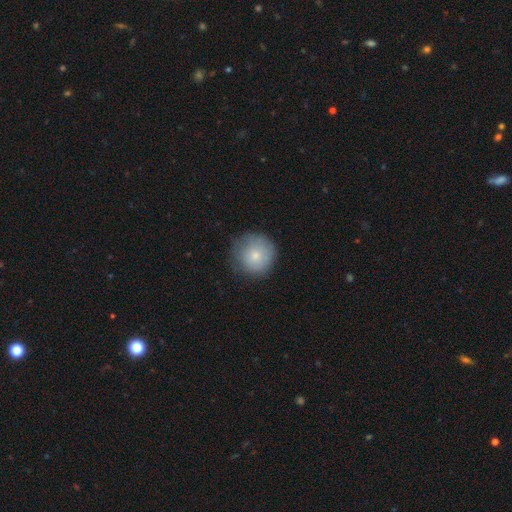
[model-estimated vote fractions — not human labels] smooth-or-featured: smooth: 79% | featured or disk: 12% | star or artifact: 8%
  how-rounded: round: 94% | in between: 5% | cigar-shaped: 1%
  merging: none: 77% | minor disturbance: 18% | major disturbance: 5% | merger: 1%